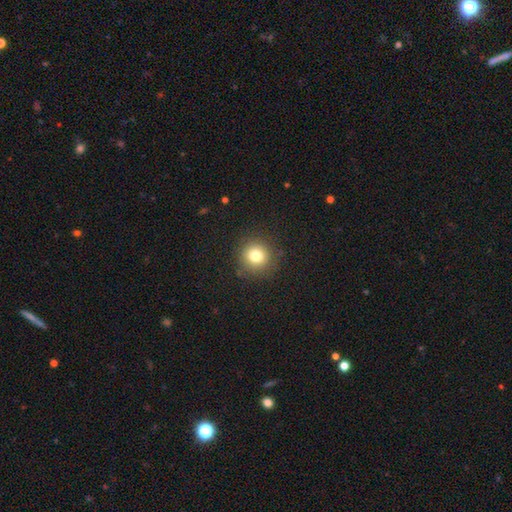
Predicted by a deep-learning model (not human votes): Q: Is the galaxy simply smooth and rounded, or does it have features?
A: smooth — 77%.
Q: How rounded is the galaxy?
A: round — 93%.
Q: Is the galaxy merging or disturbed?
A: none — 88%.